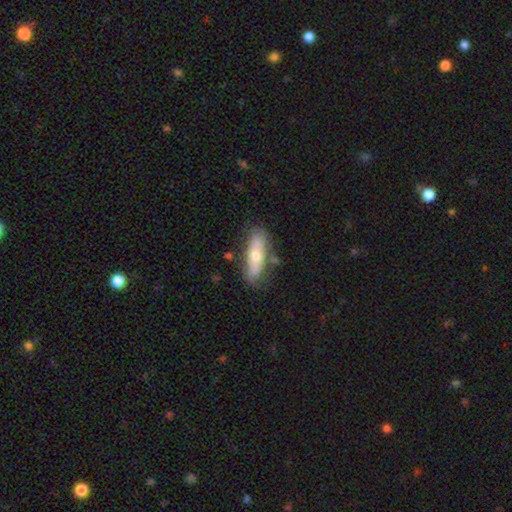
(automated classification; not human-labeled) Morphology: type=smooth (60%); roundness=in between (52%); merging=none (75%).